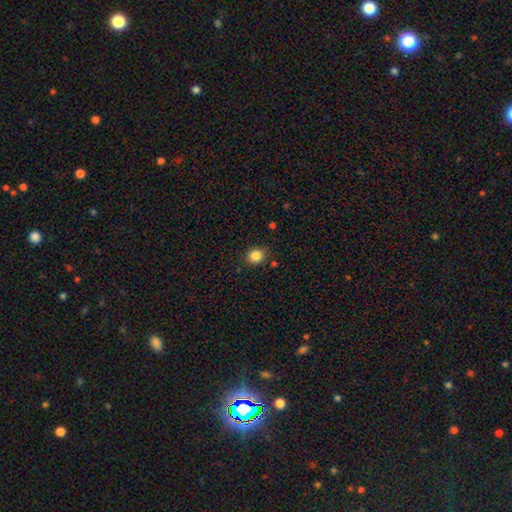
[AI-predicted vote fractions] This is clearly a smooth galaxy (85%). How rounded: likely round (73%). Merging: clearly none (85%).